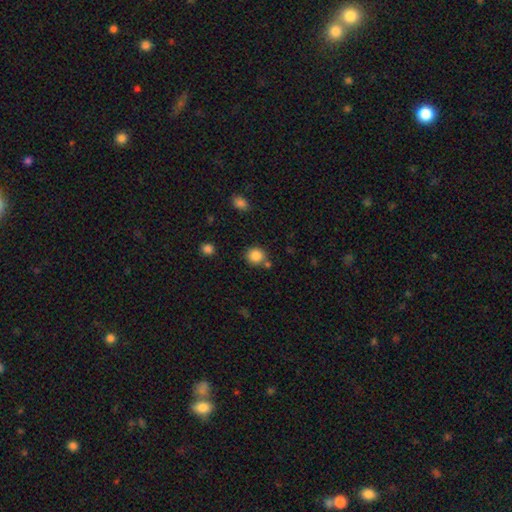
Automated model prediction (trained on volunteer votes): Morphology: type=smooth (85%); roundness=round (87%); merging=none (75%).